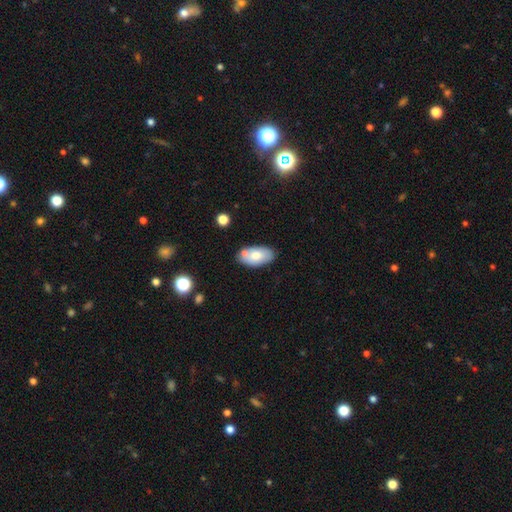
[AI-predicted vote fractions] Morphology: type=smooth (71%); roundness=in between (94%); merging=none (68%).